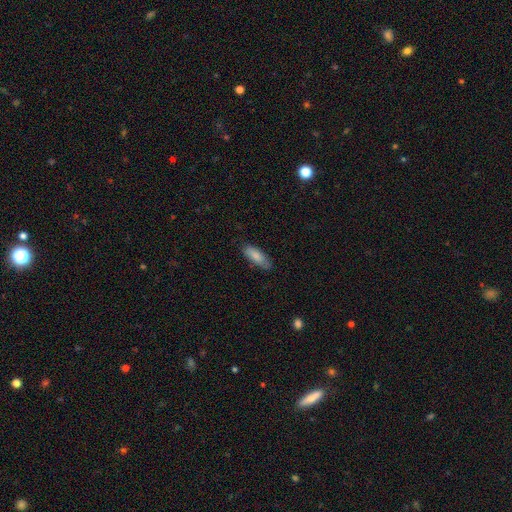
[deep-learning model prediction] The model was most divided on "how rounded": in between: 66%, cigar-shaped: 32%, round: 2%. More confident: smooth or featured — smooth (85%); merging — none (81%).